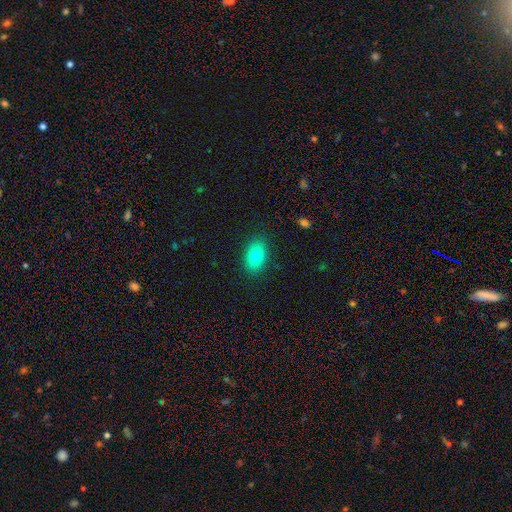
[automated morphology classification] The model was most divided on "smooth or featured": smooth: 79%, featured or disk: 11%, star or artifact: 9%. More confident: how rounded — in between (88%); merging — none (87%).